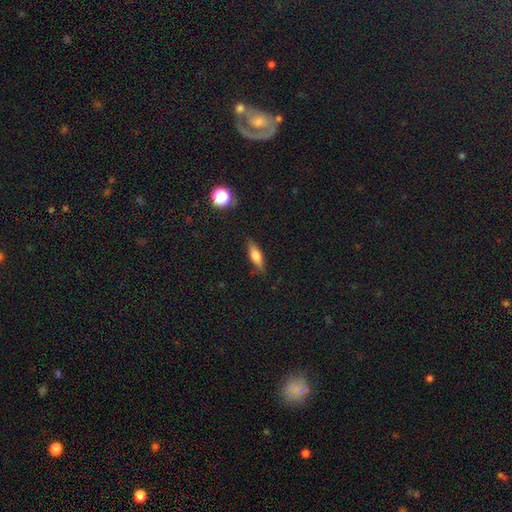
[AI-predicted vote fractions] Morphology: type=smooth (60%); roundness=cigar-shaped (49%); merging=none (83%).